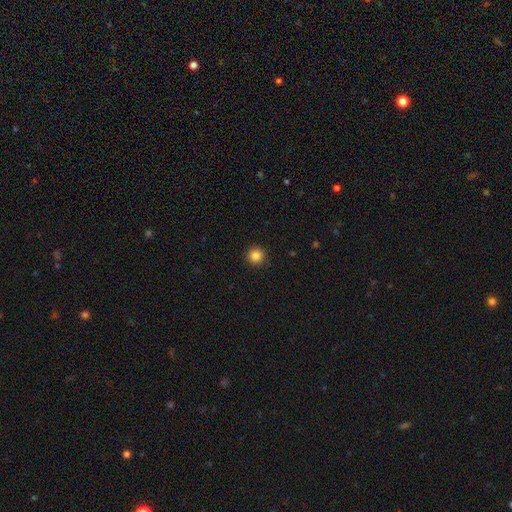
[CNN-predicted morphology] smooth 84%, star or artifact 11%, featured or disk 5%. Down the decision tree: how rounded — round (95%); merging — none (93%).